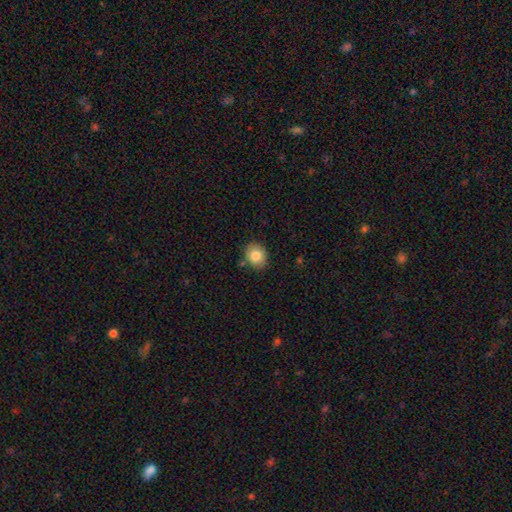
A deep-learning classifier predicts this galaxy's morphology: A smooth galaxy with no disk features (83%) that is round (65%). Merging: none (83%).